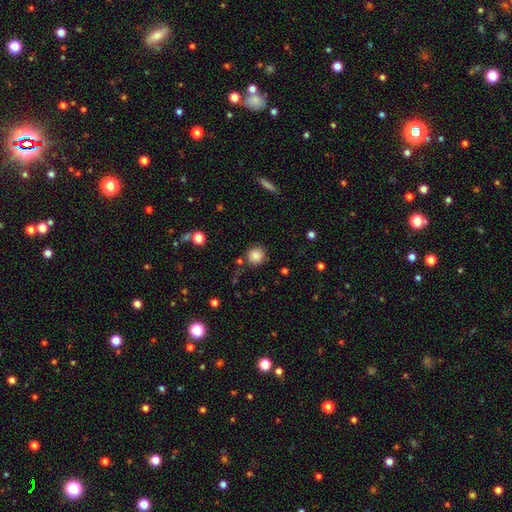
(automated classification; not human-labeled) Morphology: type=smooth (85%); roundness=round (92%); merging=none (83%).